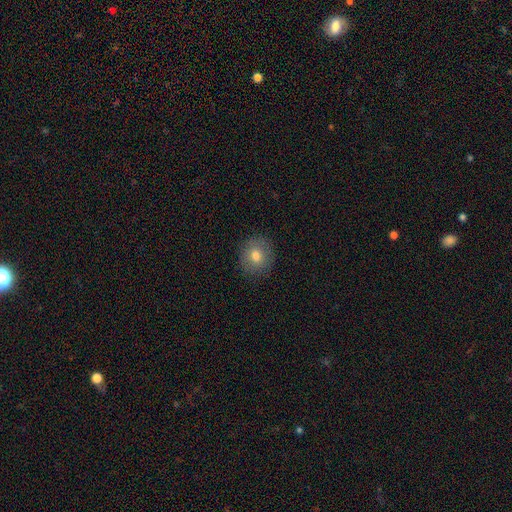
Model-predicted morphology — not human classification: This is likely a smooth galaxy (77%). How rounded: likely round (78%). Merging: clearly none (88%).